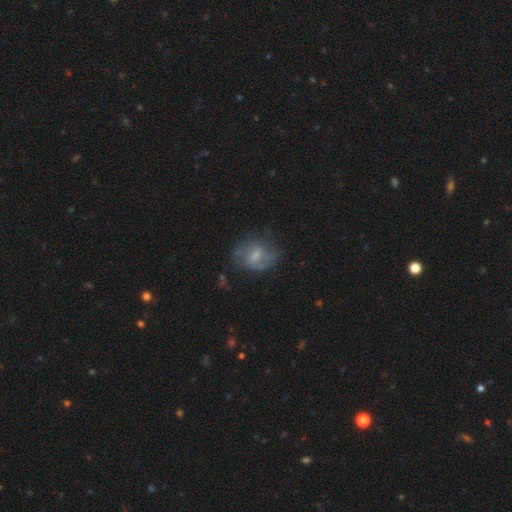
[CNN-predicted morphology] Overall: featured or disk (53%; smooth 39%). Edge-on disk: no (96%). Bar: weak (52%; no 36%). Spiral arms: yes (70%; no 30%). Bulge size: small (50%; moderate 36%). Merging: none (60%; minor disturbance 24%).